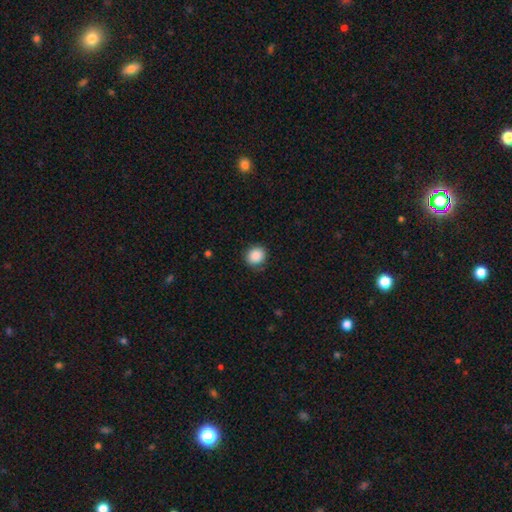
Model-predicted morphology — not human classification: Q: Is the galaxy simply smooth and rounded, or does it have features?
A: smooth — 88%.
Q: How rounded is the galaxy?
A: round — 83%.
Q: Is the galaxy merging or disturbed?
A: none — 85%.